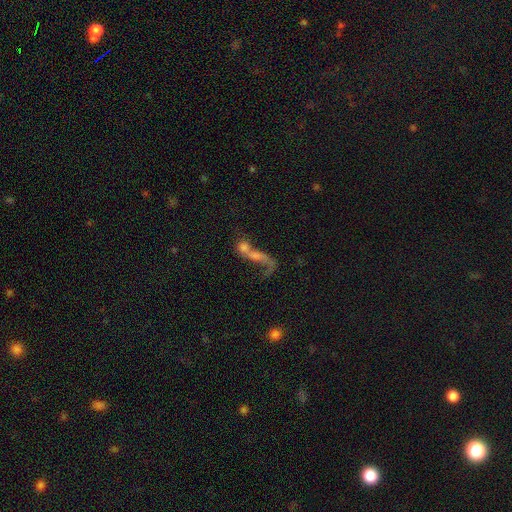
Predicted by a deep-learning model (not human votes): Smooth or featured?
  - featured or disk: 51% *
  - smooth: 35%
  - star or artifact: 15%
Edge-on disk?
  - no: 85% *
  - yes: 15%
Merging?
  - merger: 61% *
  - major disturbance: 17%
  - none: 15%
  - minor disturbance: 7%